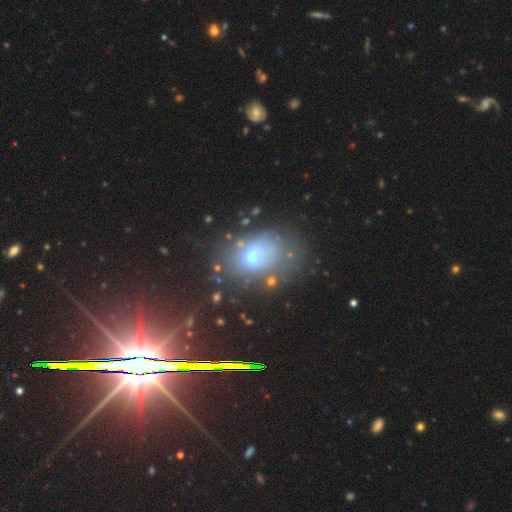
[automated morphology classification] Smooth or featured: smooth — 58% (featured or disk — 22%)
How rounded: in between — 67% (round — 32%)
Merging: none — 52% (minor disturbance — 22%)